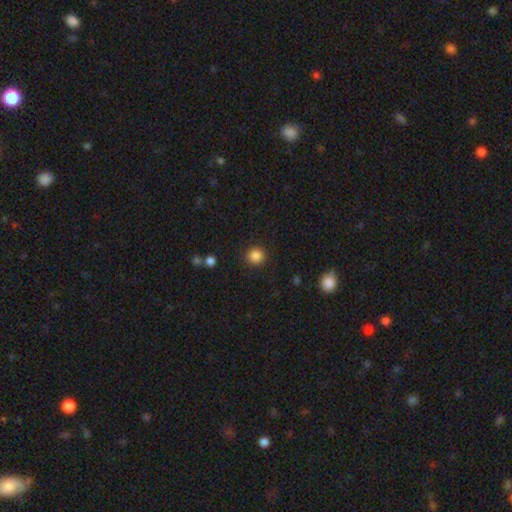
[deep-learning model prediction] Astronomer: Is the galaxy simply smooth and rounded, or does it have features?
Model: smooth — 86%.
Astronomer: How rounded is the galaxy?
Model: round — 92%.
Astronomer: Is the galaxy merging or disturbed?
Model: none — 89%.